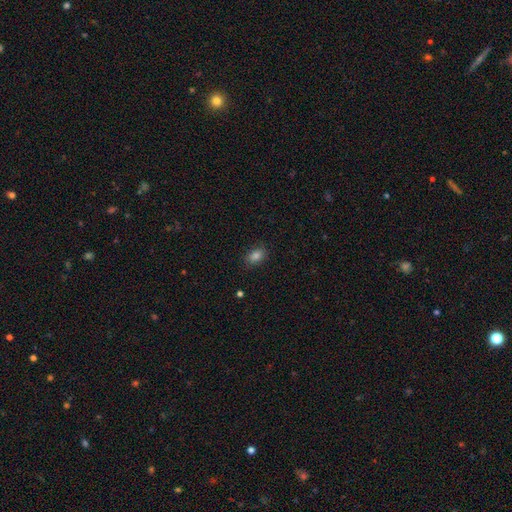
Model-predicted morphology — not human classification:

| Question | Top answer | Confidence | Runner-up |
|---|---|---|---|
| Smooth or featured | smooth | 83% | star or artifact (11%) |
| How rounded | in between | 82% | round (16%) |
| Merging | none | 84% | minor disturbance (12%) |